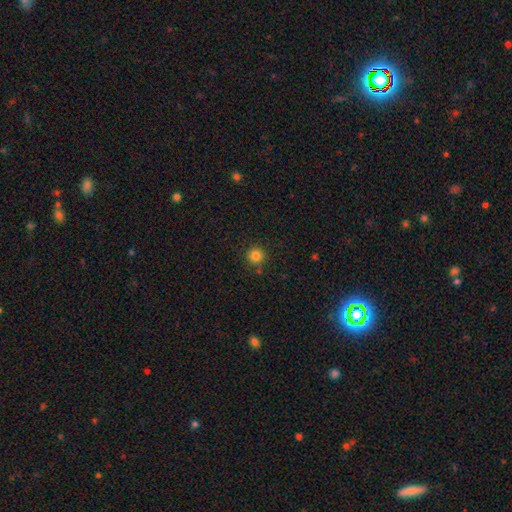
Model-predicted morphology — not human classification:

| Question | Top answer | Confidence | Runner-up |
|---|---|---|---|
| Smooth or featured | smooth | 83% | star or artifact (13%) |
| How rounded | round | 95% | in between (4%) |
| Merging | none | 86% | minor disturbance (8%) |